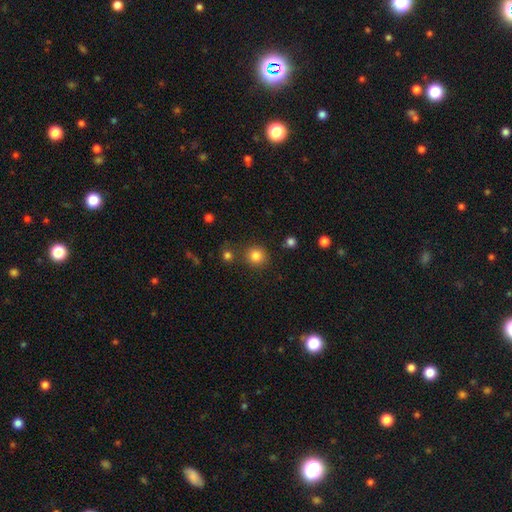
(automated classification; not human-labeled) Smooth or featured: smooth — 83% (star or artifact — 12%)
How rounded: round — 91% (in between — 8%)
Merging: none — 82% (minor disturbance — 8%)